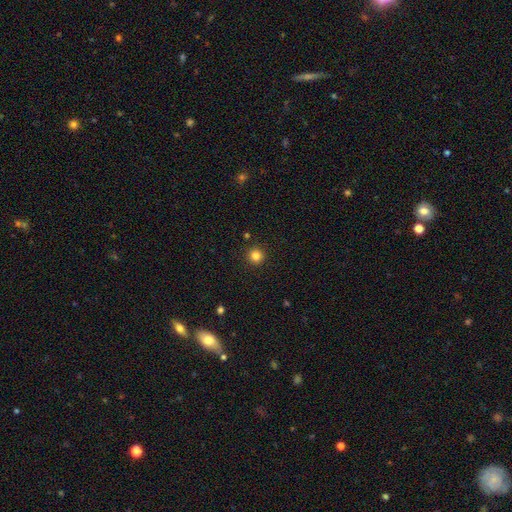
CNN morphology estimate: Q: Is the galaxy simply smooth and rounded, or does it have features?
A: smooth — 84%.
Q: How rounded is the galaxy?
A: round — 95%.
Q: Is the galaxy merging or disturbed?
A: none — 92%.